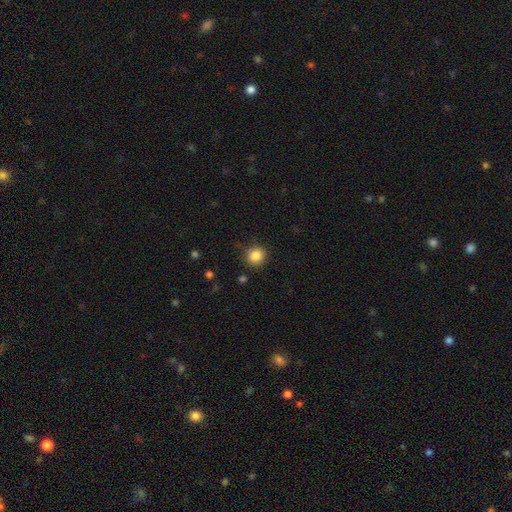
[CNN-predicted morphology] The model was most divided on "smooth or featured": smooth: 85%, star or artifact: 11%, featured or disk: 5%. More confident: how rounded — round (89%); merging — none (87%).